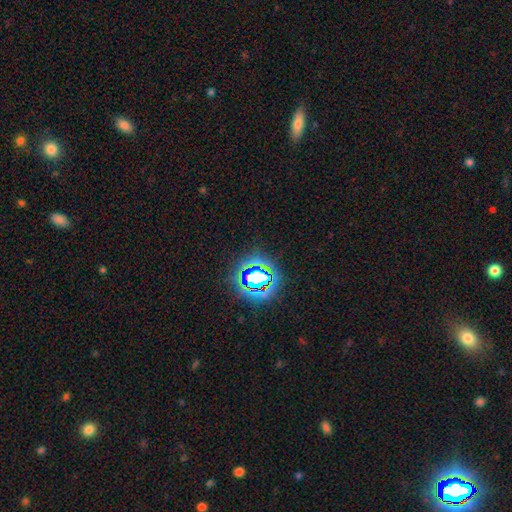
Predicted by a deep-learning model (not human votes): Smooth or featured?
  - star or artifact: 76% *
  - smooth: 16%
  - featured or disk: 8%